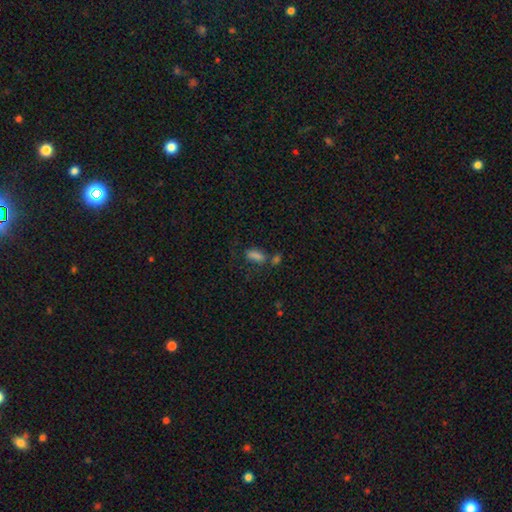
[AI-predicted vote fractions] Smooth or featured? Predicted: smooth (p=0.74). How rounded? Predicted: in between (p=0.78). Merging? Predicted: none (p=0.48).